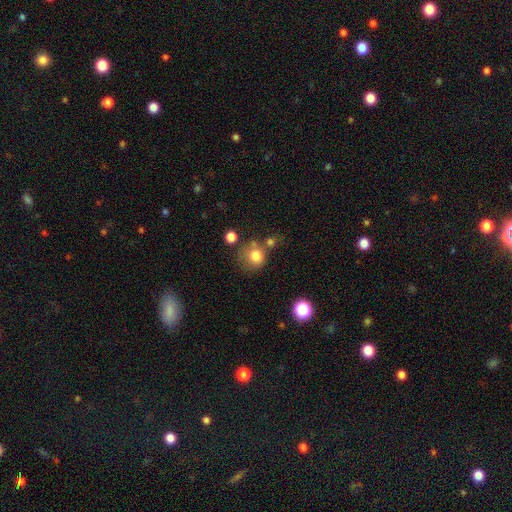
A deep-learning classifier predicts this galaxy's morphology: Q: Smooth or featured?
A: smooth (78%); runner-up: star or artifact (12%)
Q: How rounded?
A: round (83%); runner-up: in between (16%)
Q: Merging?
A: none (58%); runner-up: minor disturbance (18%)